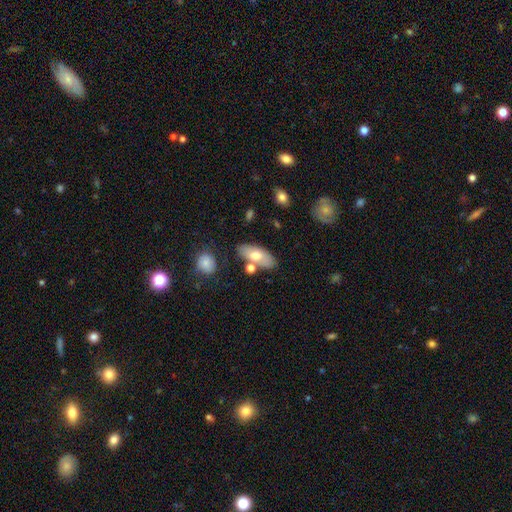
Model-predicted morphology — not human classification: smooth_or_featured: smooth (p=0.68) [alt: featured or disk p=0.26]
how_rounded: in between (p=0.86) [alt: cigar-shaped p=0.11]
merging: none (p=0.71) [alt: minor disturbance p=0.14]